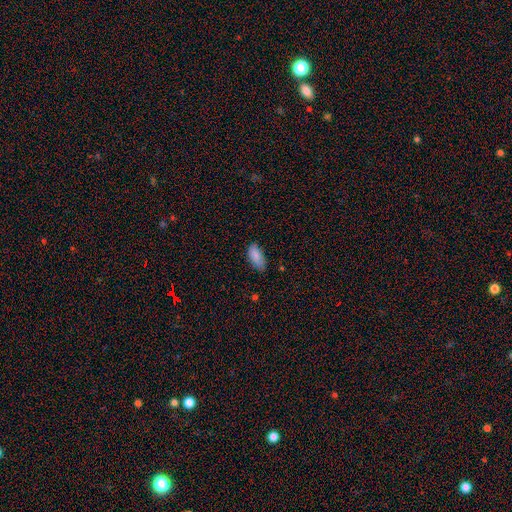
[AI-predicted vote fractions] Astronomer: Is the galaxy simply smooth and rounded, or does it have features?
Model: smooth — 86%.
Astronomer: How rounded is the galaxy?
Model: in between — 89%.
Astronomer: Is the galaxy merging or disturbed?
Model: none — 69%.